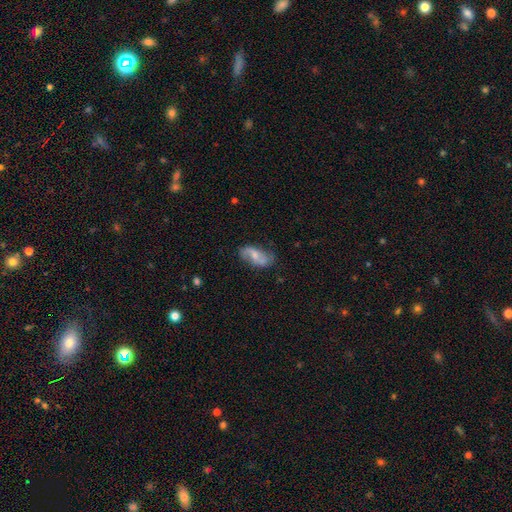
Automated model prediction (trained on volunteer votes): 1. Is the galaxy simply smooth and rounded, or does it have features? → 52% featured or disk, 41% smooth, 7% star or artifact.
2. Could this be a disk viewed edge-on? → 94% no, 6% yes.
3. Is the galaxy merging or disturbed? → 63% none, 24% minor disturbance, 8% major disturbance, 6% merger.